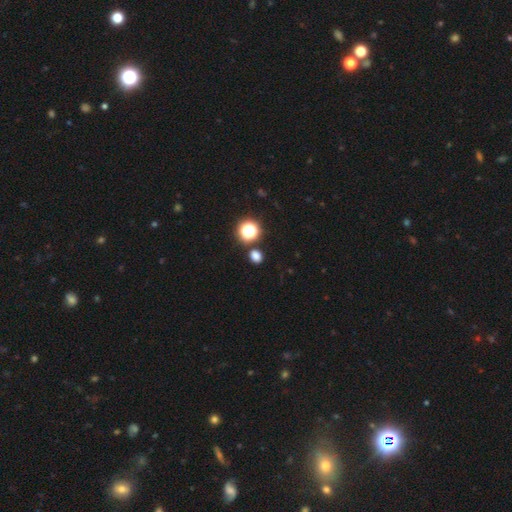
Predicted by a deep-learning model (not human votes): smooth 74%, star or artifact 22%, featured or disk 4%. Down the decision tree: how rounded — round (62%); merging — none (83%).